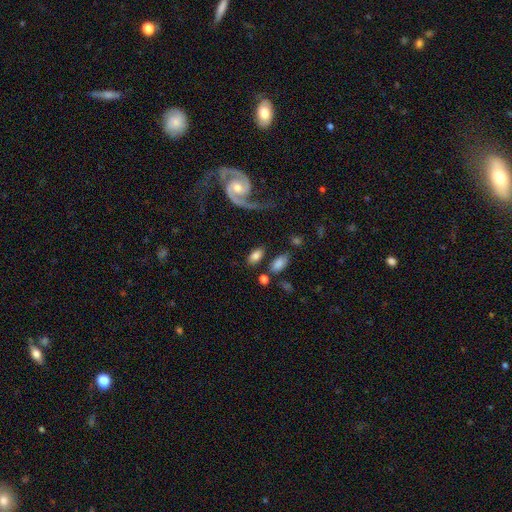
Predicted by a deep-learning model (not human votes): The model was most divided on "smooth or featured": smooth: 74%, featured or disk: 18%, star or artifact: 7%. More confident: how rounded — in between (91%); merging — none (69%).